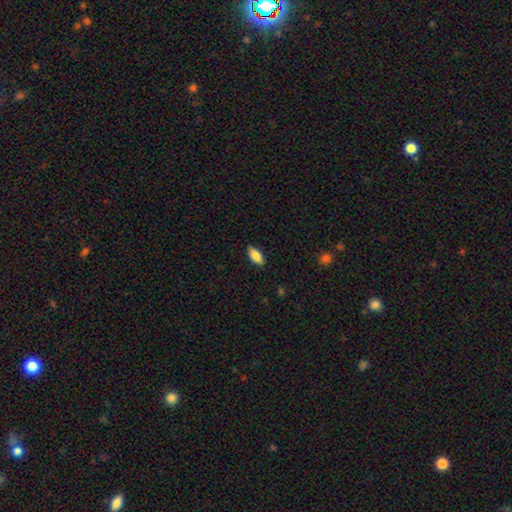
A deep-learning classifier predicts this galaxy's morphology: Overall: smooth (84%). How rounded: in between (86%). Merging: none (88%).